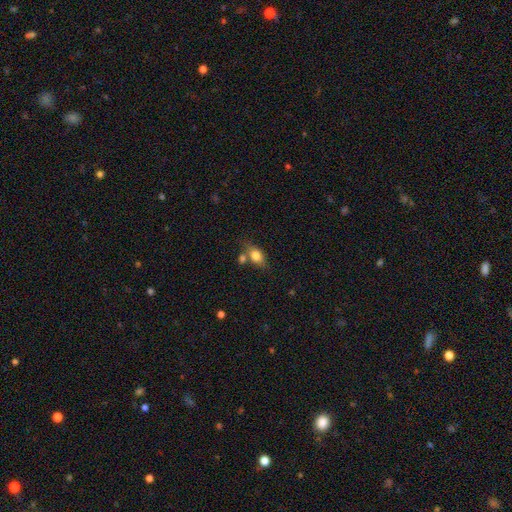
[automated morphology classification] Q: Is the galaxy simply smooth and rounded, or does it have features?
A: smooth — 77%.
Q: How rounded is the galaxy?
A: in between — 80%.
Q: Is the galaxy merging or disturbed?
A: none — 58%.